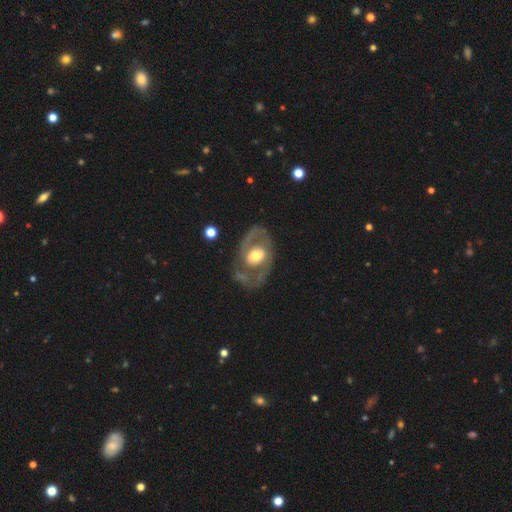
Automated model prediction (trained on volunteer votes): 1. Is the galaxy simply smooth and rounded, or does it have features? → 73% featured or disk, 21% smooth, 5% star or artifact.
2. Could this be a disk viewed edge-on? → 95% no, 5% yes.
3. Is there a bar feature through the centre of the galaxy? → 61% no, 28% weak, 11% strong.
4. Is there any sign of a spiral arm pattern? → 63% yes, 37% no.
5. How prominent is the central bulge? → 63% moderate, 24% large, 10% small, 2% dominant, 1% none.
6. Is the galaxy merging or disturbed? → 64% none, 18% minor disturbance, 15% major disturbance, 3% merger.